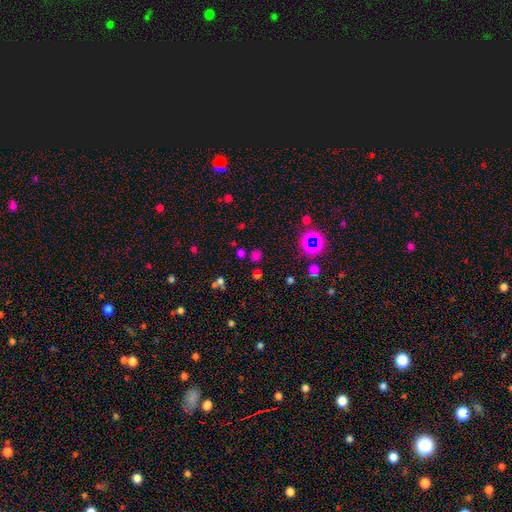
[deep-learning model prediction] A smooth galaxy with no disk features (49%). Merging: none (75%).